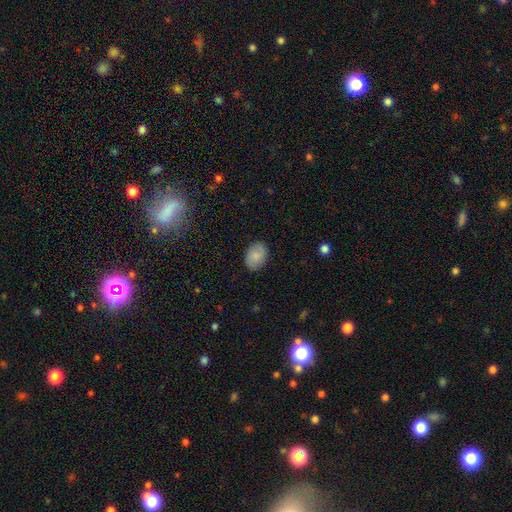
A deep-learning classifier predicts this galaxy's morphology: smooth_or_featured: smooth (p=0.72) [alt: featured or disk p=0.20]
how_rounded: in between (p=0.78) [alt: round p=0.20]
merging: none (p=0.85) [alt: minor disturbance p=0.12]